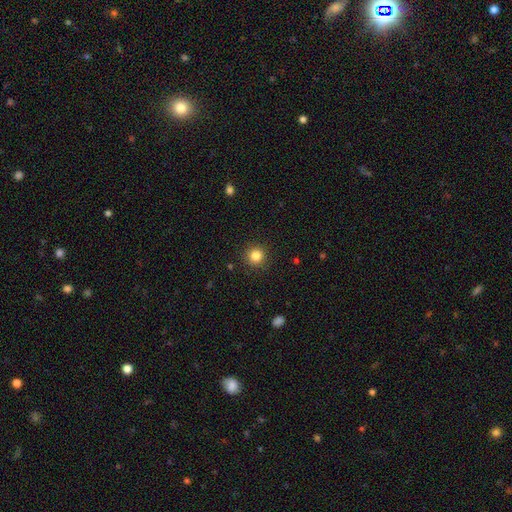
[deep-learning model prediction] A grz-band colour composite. It shows a smooth galaxy with no disk features (83%) that is round (94%). Merging: none (91%).